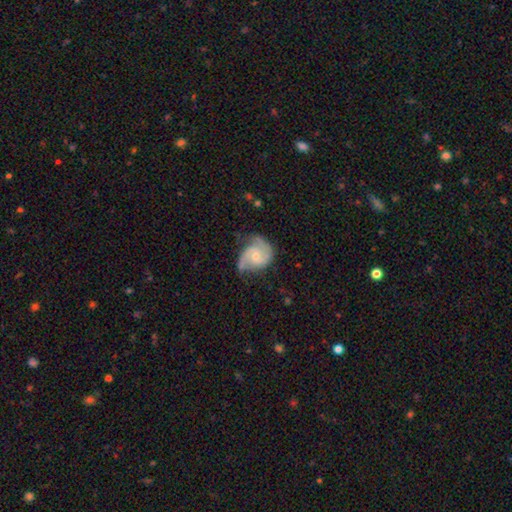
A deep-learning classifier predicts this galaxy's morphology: A featured or disk galaxy (86%) with no bar (59%), 2 (85%) medium (52%) spiral arms (97%) and a small central bulge (52%). Merging: none (62%).